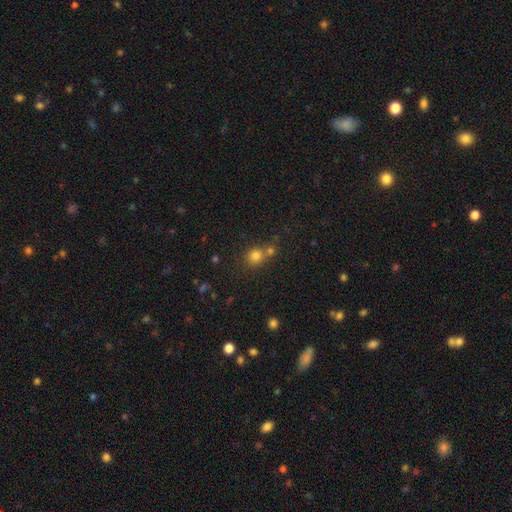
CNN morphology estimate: Smooth or featured: smooth — 78% (star or artifact — 15%)
How rounded: round — 83% (in between — 16%)
Merging: none — 52% (merger — 37%)